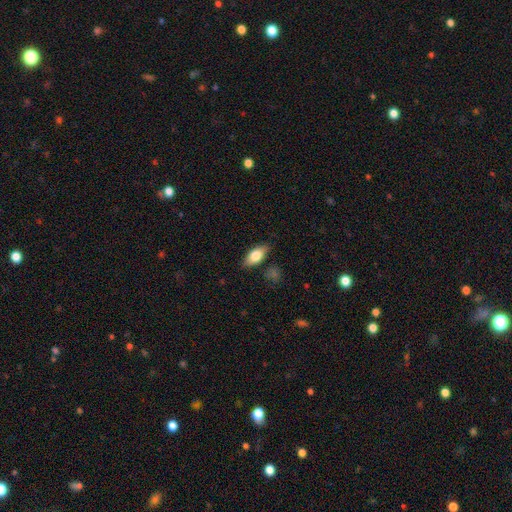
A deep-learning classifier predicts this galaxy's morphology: type=smooth (75%); roundness=in between (85%); merging=none (81%).